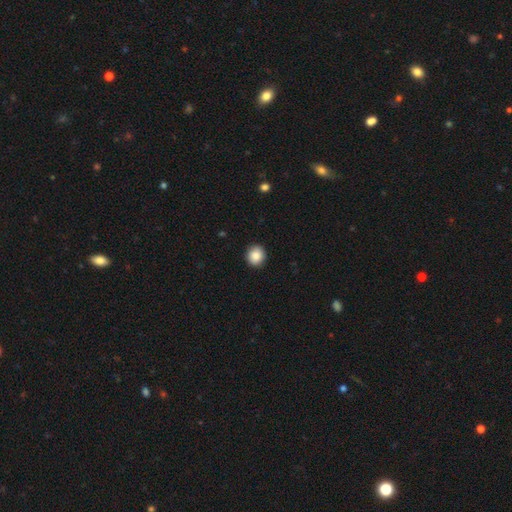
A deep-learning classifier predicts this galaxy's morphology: smooth 87%, star or artifact 8%, featured or disk 5%. Down the decision tree: how rounded — round (82%); merging — none (91%).